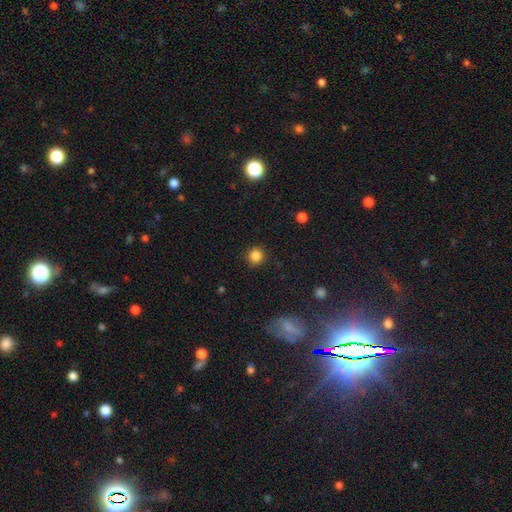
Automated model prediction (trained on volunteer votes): Morphology: type=smooth (84%); roundness=round (91%); merging=none (89%).